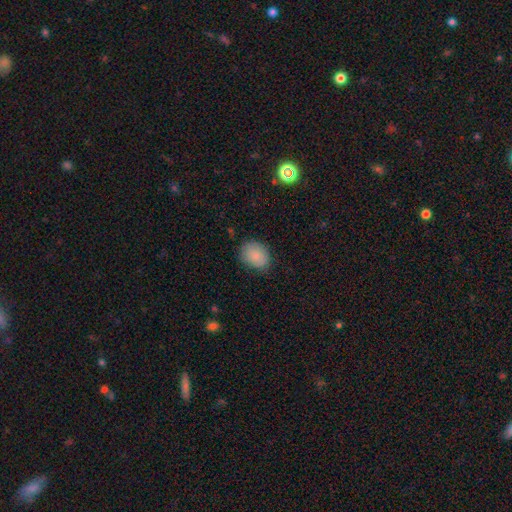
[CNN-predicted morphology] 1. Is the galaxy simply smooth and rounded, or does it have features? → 84% smooth, 8% featured or disk, 8% star or artifact.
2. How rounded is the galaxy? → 59% in between, 40% round, 1% cigar-shaped.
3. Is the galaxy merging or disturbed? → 80% none, 16% minor disturbance, 3% major disturbance, 1% merger.